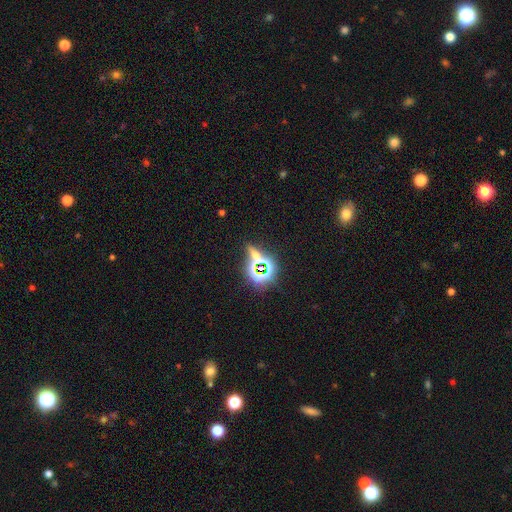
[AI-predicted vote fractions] Smooth or featured? Predicted: star or artifact (p=0.65).